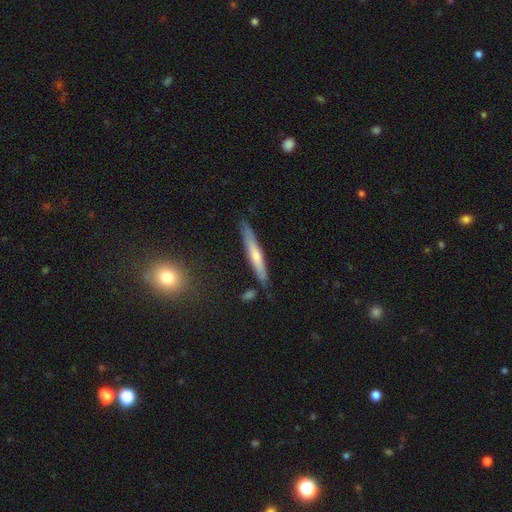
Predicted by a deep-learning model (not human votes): A smooth galaxy with no disk features (50%).

Vote fractions:
- Smooth or featured? smooth: 50% / featured or disk: 44% / star or artifact: 7%
- Merging? none: 82% / minor disturbance: 13% / merger: 3% / major disturbance: 2%